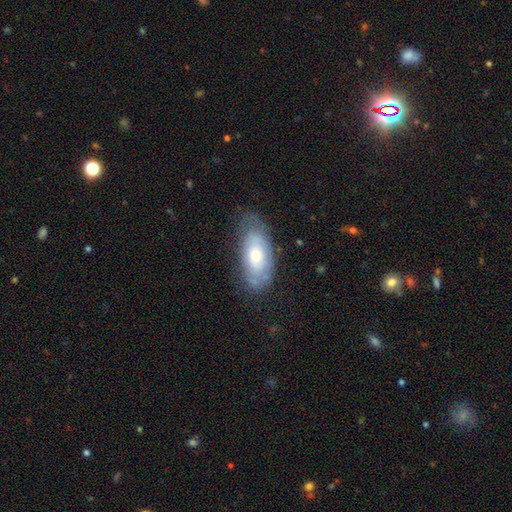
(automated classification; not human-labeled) Smooth or featured?
  - smooth: 48% *
  - featured or disk: 45%
  - star or artifact: 7%
Merging?
  - none: 66% *
  - minor disturbance: 25%
  - major disturbance: 7%
  - merger: 2%